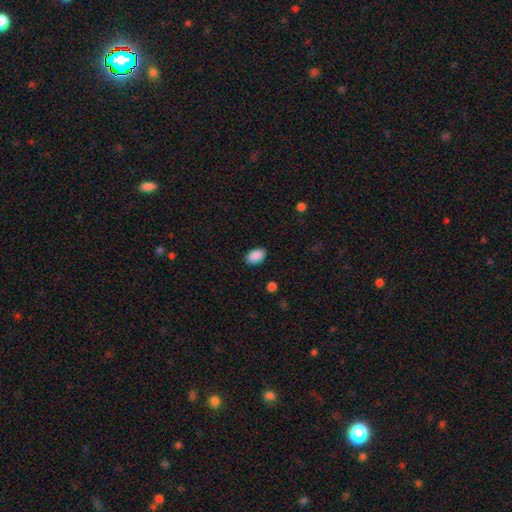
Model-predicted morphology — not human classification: Q: Smooth or featured?
A: smooth (90%); runner-up: star or artifact (7%)
Q: How rounded?
A: in between (91%); runner-up: round (8%)
Q: Merging?
A: none (88%); runner-up: minor disturbance (9%)